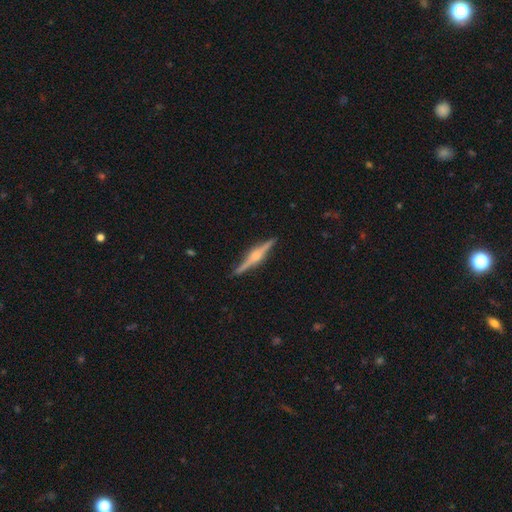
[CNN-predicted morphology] featured or disk 83%, smooth 12%, star or artifact 5%. Down the decision tree: edge-on disk — yes (98%); edge-on bulge — rounded (91%); merging — none (91%).